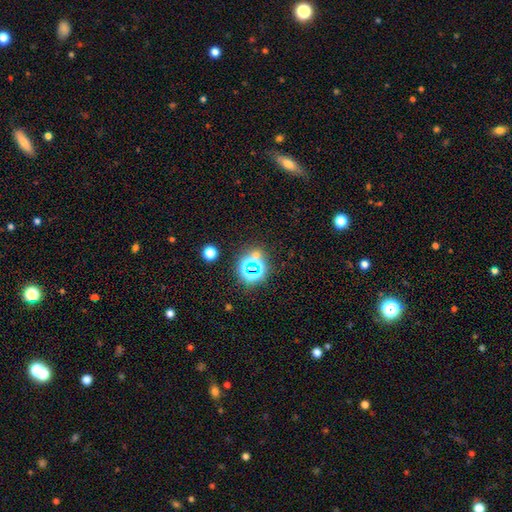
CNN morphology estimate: star or artifact 65%, smooth 25%, featured or disk 10%.